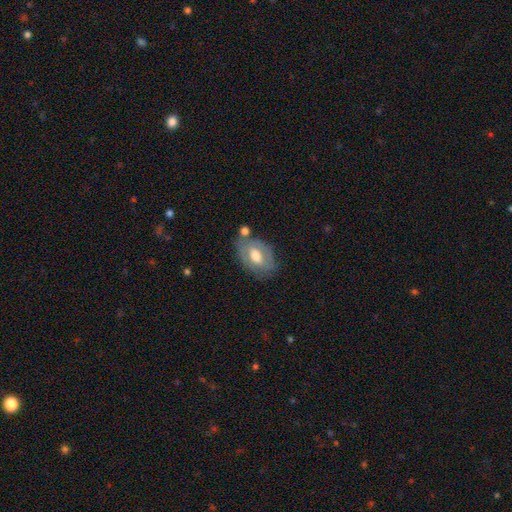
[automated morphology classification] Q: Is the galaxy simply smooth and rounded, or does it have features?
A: featured or disk — 48%.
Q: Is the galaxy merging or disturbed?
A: none — 61%.